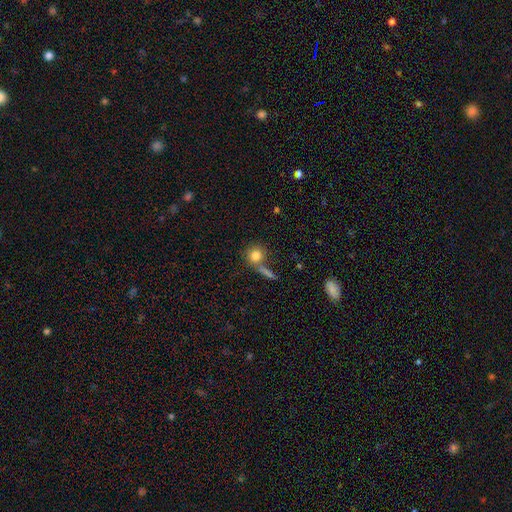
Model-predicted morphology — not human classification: Smooth or featured? Predicted: smooth (p=0.80). How rounded? Predicted: round (p=0.88). Merging? Predicted: none (p=0.61).